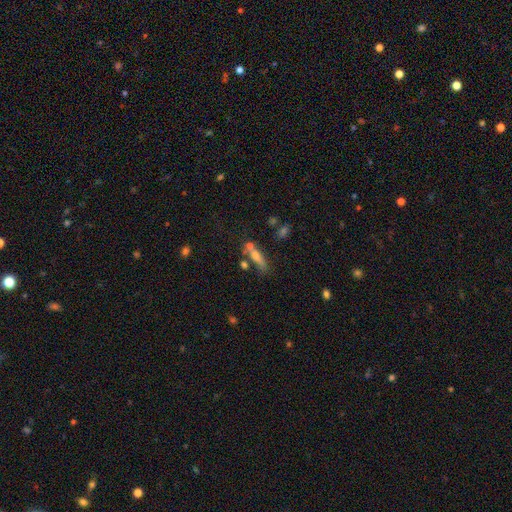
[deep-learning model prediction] smooth_or_featured: smooth (p=0.63) [alt: featured or disk p=0.23]
how_rounded: cigar-shaped (p=0.61) [alt: in between p=0.34]
merging: none (p=0.48) [alt: merger p=0.25]